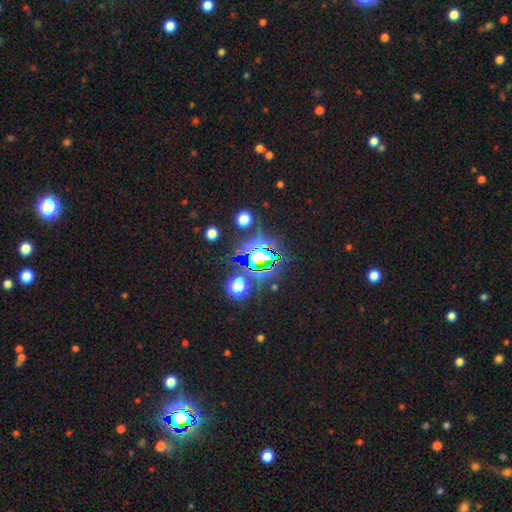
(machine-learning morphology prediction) This appears to be a star or artifact, not a galaxy (70%).